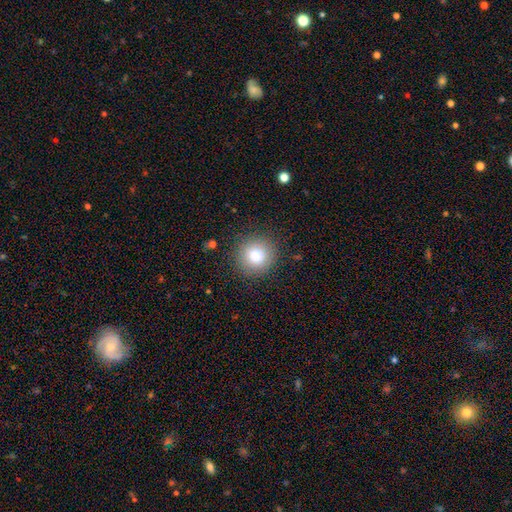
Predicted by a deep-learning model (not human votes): A smooth galaxy with no disk features (83%) that is round (92%). Merging: none (88%).